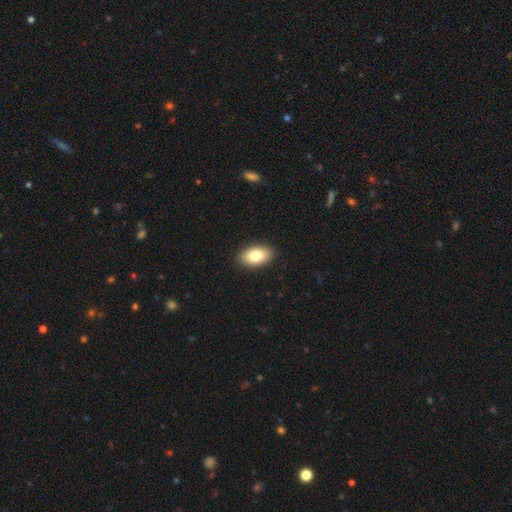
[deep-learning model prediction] This is clearly a smooth galaxy (81%). How rounded: clearly in between (92%). Merging: clearly none (90%).